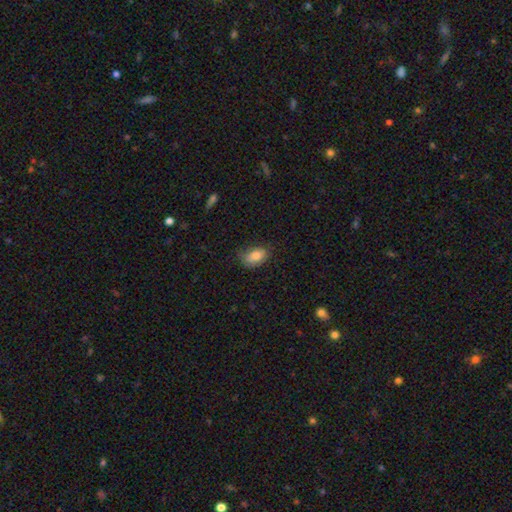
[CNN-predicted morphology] Smooth or featured: smooth — 82% (featured or disk — 10%)
How rounded: in between — 90% (round — 8%)
Merging: none — 62% (minor disturbance — 29%)